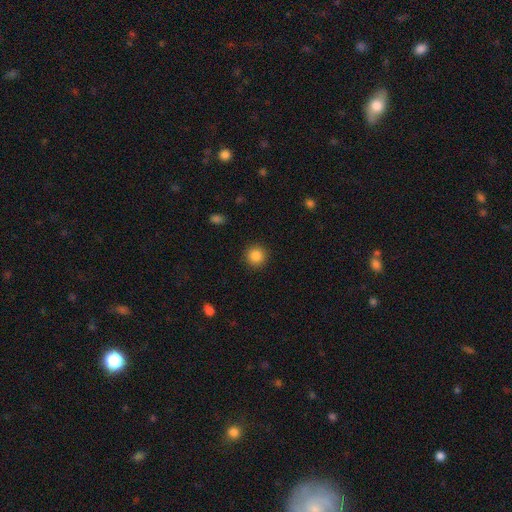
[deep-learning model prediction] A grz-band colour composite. It shows a smooth galaxy with no disk features (86%) that is round (94%). Merging: none (92%).